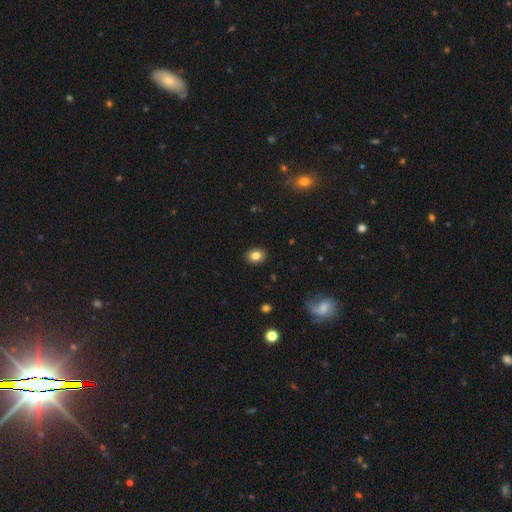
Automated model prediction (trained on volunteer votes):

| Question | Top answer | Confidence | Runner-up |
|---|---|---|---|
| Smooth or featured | smooth | 83% | star or artifact (9%) |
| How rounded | in between | 65% | round (34%) |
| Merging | none | 90% | minor disturbance (7%) |